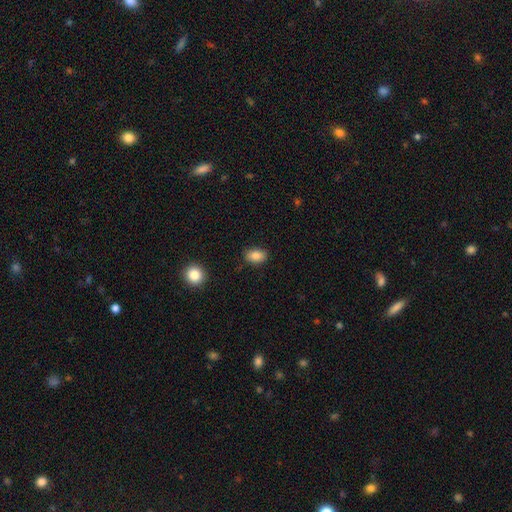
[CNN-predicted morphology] Smooth or featured?
  - smooth: 86% *
  - star or artifact: 9%
  - featured or disk: 5%
How rounded?
  - in between: 81% *
  - round: 17%
  - cigar-shaped: 2%
Merging?
  - none: 85% *
  - minor disturbance: 11%
  - major disturbance: 3%
  - merger: 1%